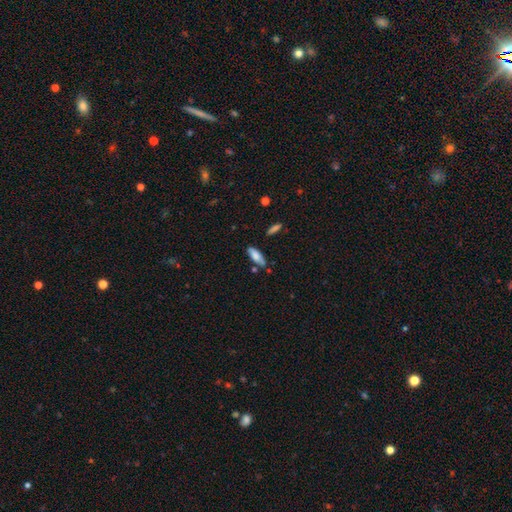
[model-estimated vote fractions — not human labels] Smooth or featured? smooth (78%)
How rounded? in between (72%)
Merging? none (68%)